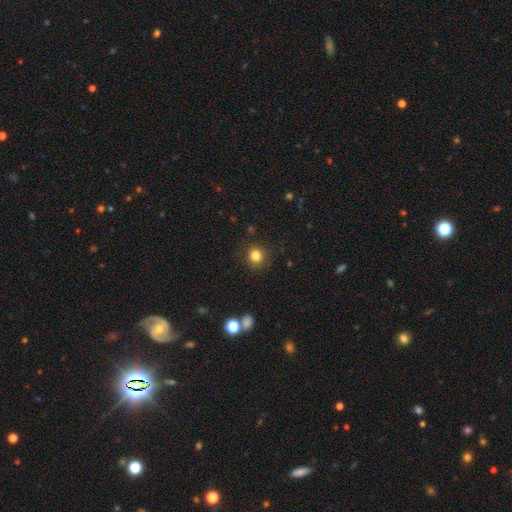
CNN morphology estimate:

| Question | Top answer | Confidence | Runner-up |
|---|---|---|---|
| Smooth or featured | smooth | 82% | star or artifact (12%) |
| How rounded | round | 88% | in between (11%) |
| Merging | none | 86% | minor disturbance (9%) |